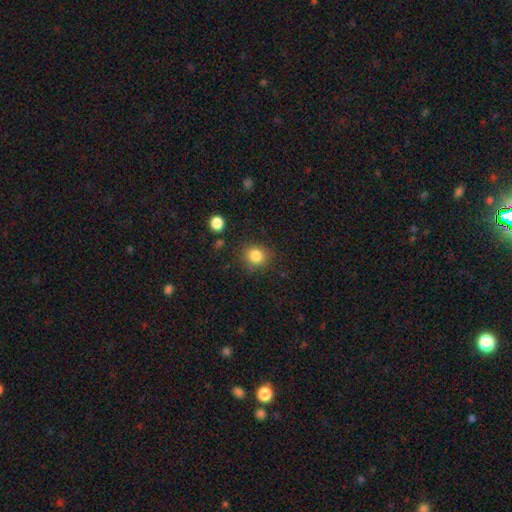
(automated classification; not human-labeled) smooth-or-featured: smooth: 84% | star or artifact: 11% | featured or disk: 5%
  how-rounded: round: 87% | in between: 12% | cigar-shaped: 1%
  merging: none: 84% | minor disturbance: 10% | major disturbance: 4% | merger: 2%